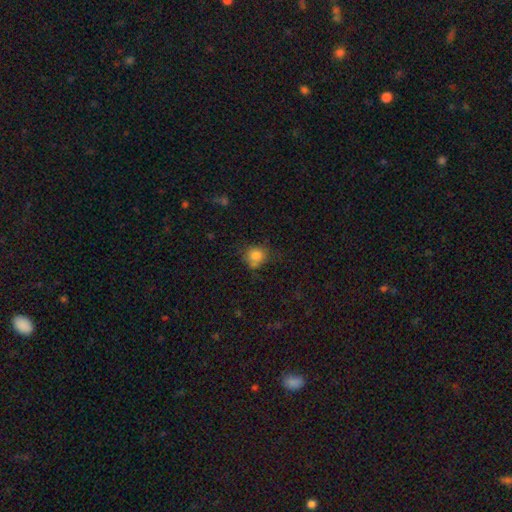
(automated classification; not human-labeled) This appears to be a smooth galaxy with no disk features (81%) that is round (76%). Merging: none (61%).